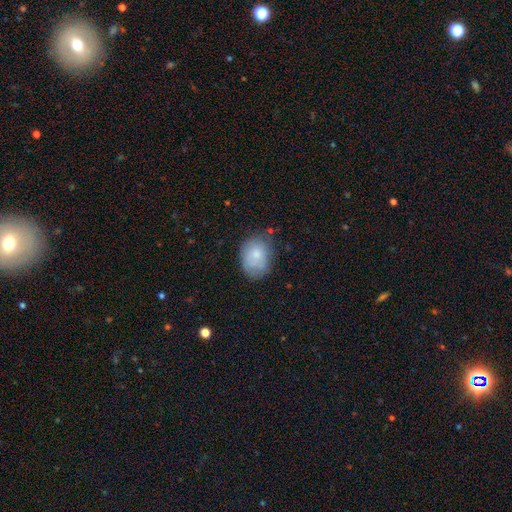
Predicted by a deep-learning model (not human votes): A smooth galaxy with no disk features (75%) that is in between round and cigar-shaped (67%). Merging: none (60%).